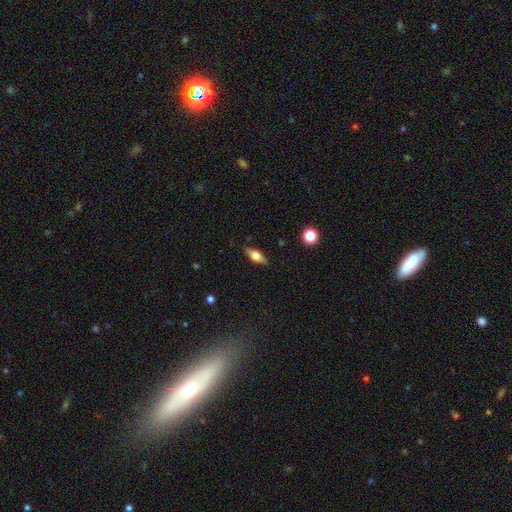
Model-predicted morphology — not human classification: type=smooth (47%); merging=none (86%).